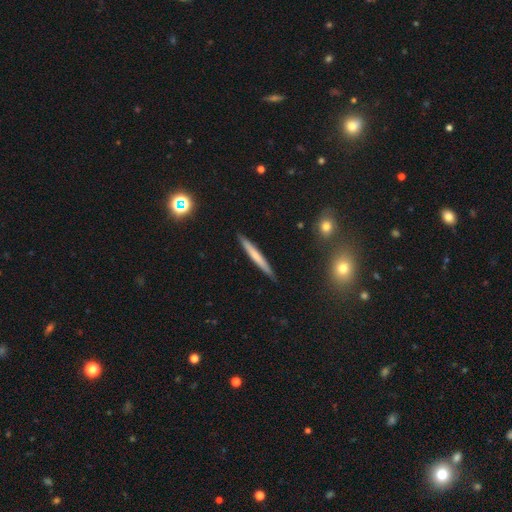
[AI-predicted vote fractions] smooth_or_featured: smooth (p=0.53) [alt: featured or disk p=0.41]
how_rounded: cigar-shaped (p=0.96) [alt: in between p=0.03]
merging: none (p=0.90) [alt: minor disturbance p=0.07]